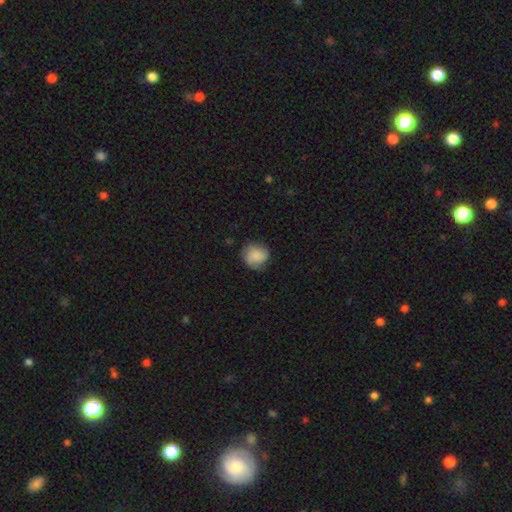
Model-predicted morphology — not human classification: Smooth or featured?
  - smooth: 74% *
  - featured or disk: 18%
  - star or artifact: 8%
How rounded?
  - round: 82% *
  - in between: 17%
  - cigar-shaped: 1%
Merging?
  - none: 71% *
  - minor disturbance: 21%
  - major disturbance: 7%
  - merger: 1%